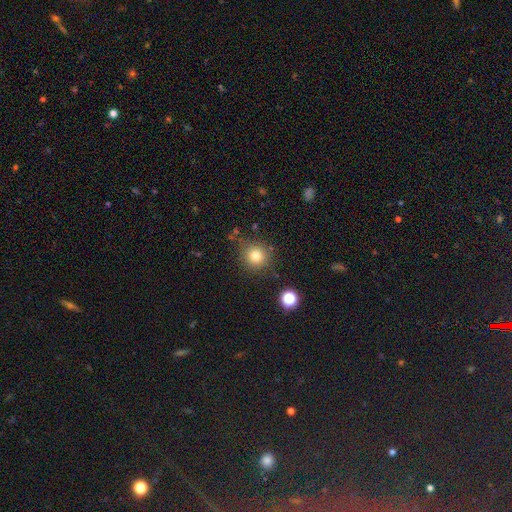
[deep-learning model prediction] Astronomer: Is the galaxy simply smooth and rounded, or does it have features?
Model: smooth — 79%.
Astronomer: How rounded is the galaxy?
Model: round — 91%.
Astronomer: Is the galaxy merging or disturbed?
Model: none — 80%.